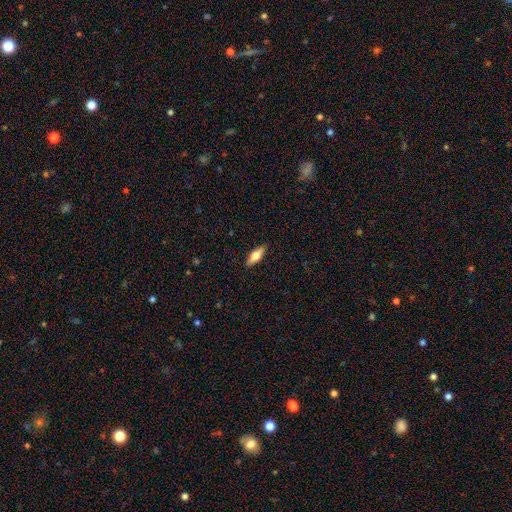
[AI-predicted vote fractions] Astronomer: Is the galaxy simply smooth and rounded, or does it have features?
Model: smooth — 58% (runner-up: featured or disk, 36%).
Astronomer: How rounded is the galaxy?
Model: in between — 61% (runner-up: cigar-shaped, 36%).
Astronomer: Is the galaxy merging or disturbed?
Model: none — 89%.